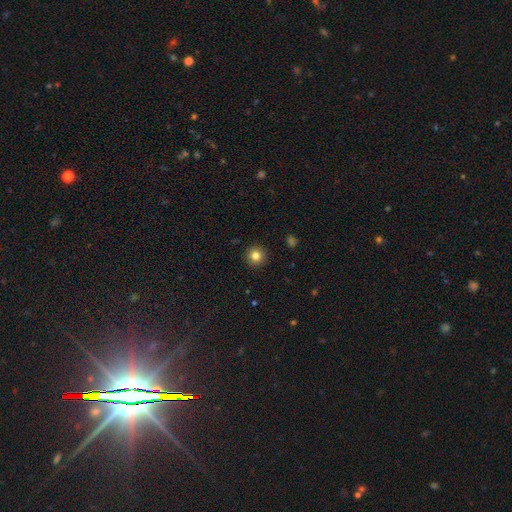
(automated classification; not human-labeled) smooth-or-featured: smooth: 82% | star or artifact: 11% | featured or disk: 6%
  how-rounded: round: 95% | in between: 4% | cigar-shaped: 1%
  merging: none: 92% | minor disturbance: 5% | major disturbance: 2% | merger: 1%